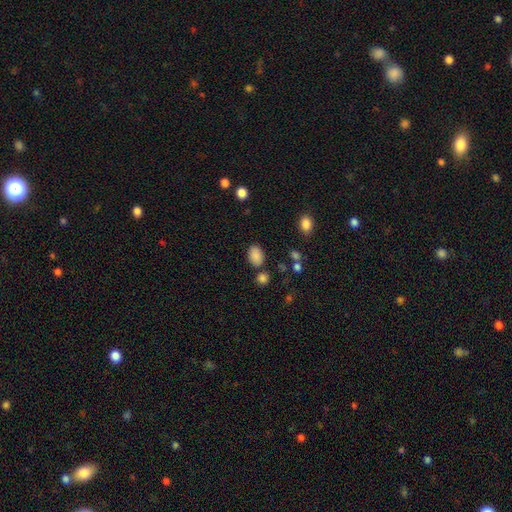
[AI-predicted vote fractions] smooth 86%, star or artifact 10%, featured or disk 5%. Down the decision tree: how rounded — in between (85%); merging — none (76%).